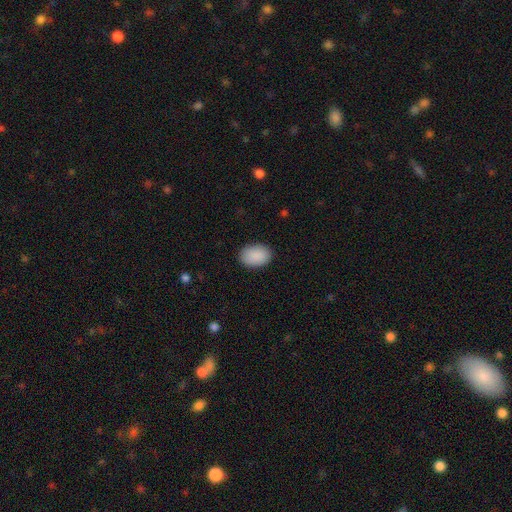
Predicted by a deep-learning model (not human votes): Smooth or featured?
  - smooth: 91% *
  - star or artifact: 6%
  - featured or disk: 3%
How rounded?
  - in between: 86% *
  - round: 13%
  - cigar-shaped: 1%
Merging?
  - none: 88% *
  - minor disturbance: 9%
  - major disturbance: 2%
  - merger: 1%